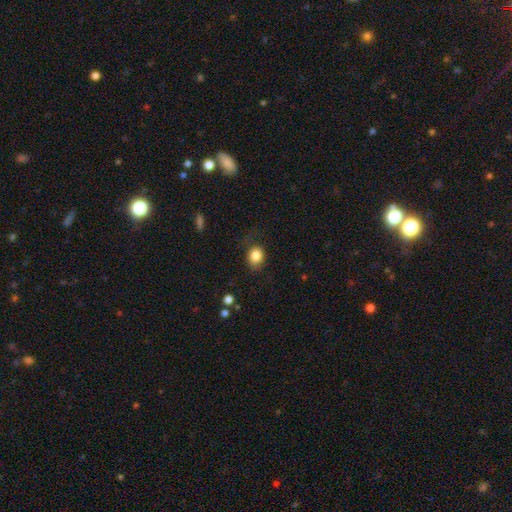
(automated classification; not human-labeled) Smooth or featured?
  - smooth: 84% *
  - star or artifact: 9%
  - featured or disk: 7%
How rounded?
  - round: 50% *
  - in between: 49%
  - cigar-shaped: 1%
Merging?
  - none: 68% *
  - minor disturbance: 21%
  - major disturbance: 9%
  - merger: 2%